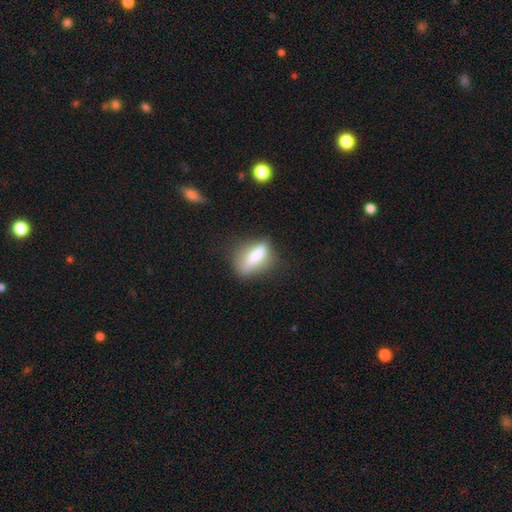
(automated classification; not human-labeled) Q: Smooth or featured?
A: smooth (66%); runner-up: featured or disk (25%)
Q: How rounded?
A: in between (61%); runner-up: cigar-shaped (32%)
Q: Merging?
A: none (61%); runner-up: minor disturbance (23%)